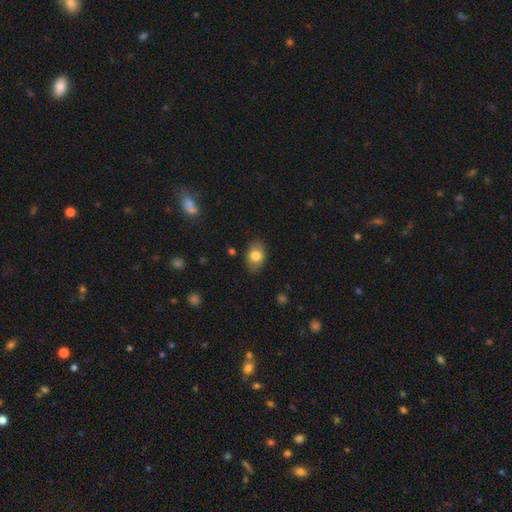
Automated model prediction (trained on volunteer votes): The model was most divided on "how rounded": in between: 77%, round: 21%, cigar-shaped: 1%. More confident: merging — none (84%); smooth or featured — smooth (79%).